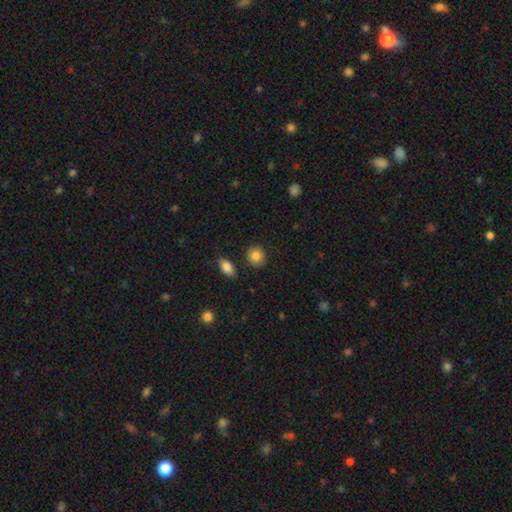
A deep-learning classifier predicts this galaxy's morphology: A smooth galaxy with no disk features (86%) that is round (78%). Merging: none (86%).